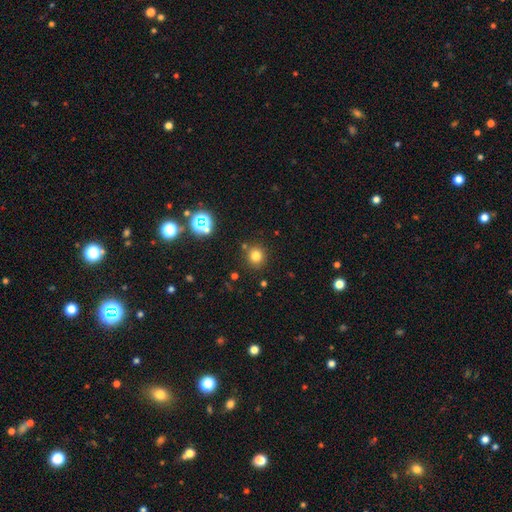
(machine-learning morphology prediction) type=smooth (76%); roundness=round (91%); merging=none (84%).